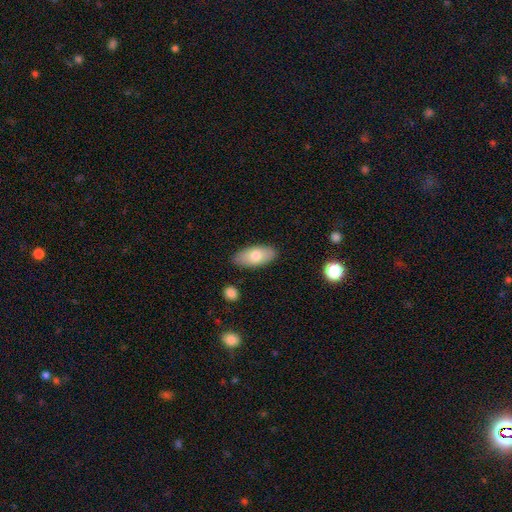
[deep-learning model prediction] Morphology: type=smooth (74%); roundness=in between (91%); merging=none (85%).